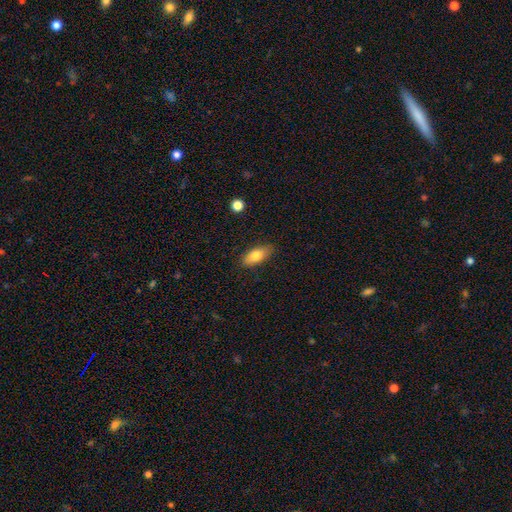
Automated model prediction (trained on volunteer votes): Smooth or featured: smooth — 80% (featured or disk — 13%)
How rounded: in between — 85% (cigar-shaped — 11%)
Merging: none — 85% (minor disturbance — 12%)